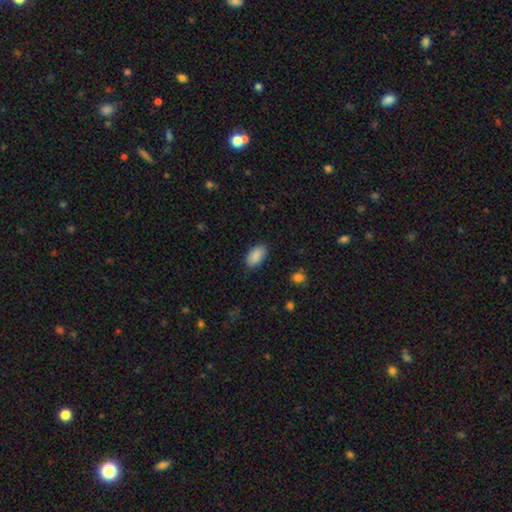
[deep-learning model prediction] Smooth or featured? Predicted: smooth (p=0.89). How rounded? Predicted: in between (p=0.94). Merging? Predicted: none (p=0.85).